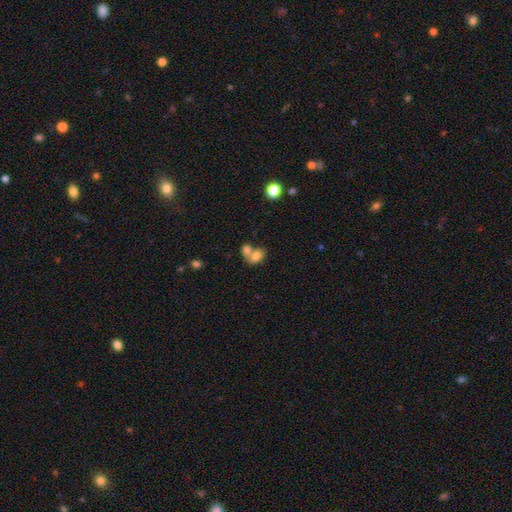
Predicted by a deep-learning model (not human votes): Smooth or featured: smooth — 75% (featured or disk — 15%)
How rounded: in between — 67% (round — 32%)
Merging: merger — 64% (none — 24%)